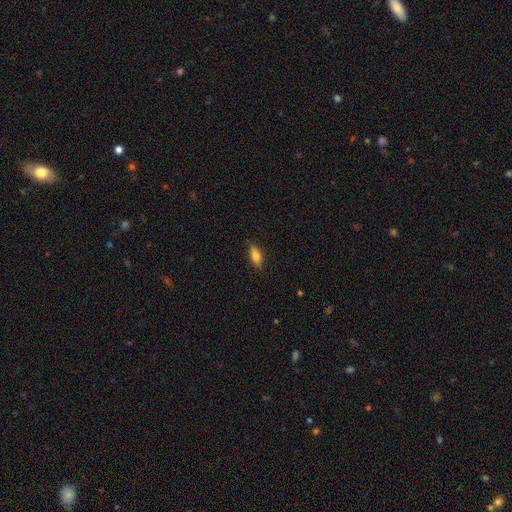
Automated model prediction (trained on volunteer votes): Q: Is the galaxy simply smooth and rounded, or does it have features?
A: smooth — 80%.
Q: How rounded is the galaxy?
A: in between — 79%.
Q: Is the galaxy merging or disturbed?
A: none — 85%.